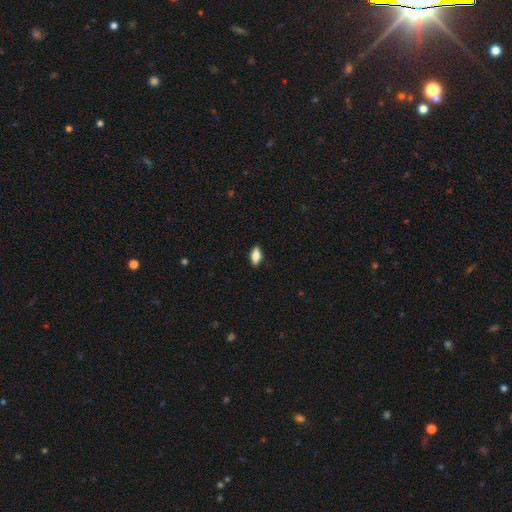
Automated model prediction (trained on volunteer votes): A smooth galaxy with no disk features (81%) that is in between round and cigar-shaped (87%). Merging: none (88%).